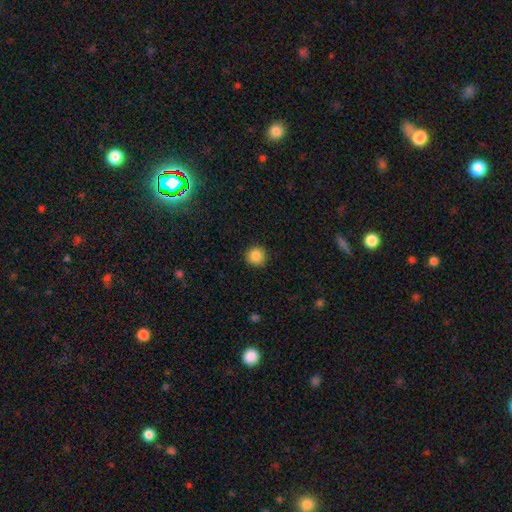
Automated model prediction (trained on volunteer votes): Smooth or featured? Predicted: smooth (p=0.86). How rounded? Predicted: round (p=0.94). Merging? Predicted: none (p=0.90).